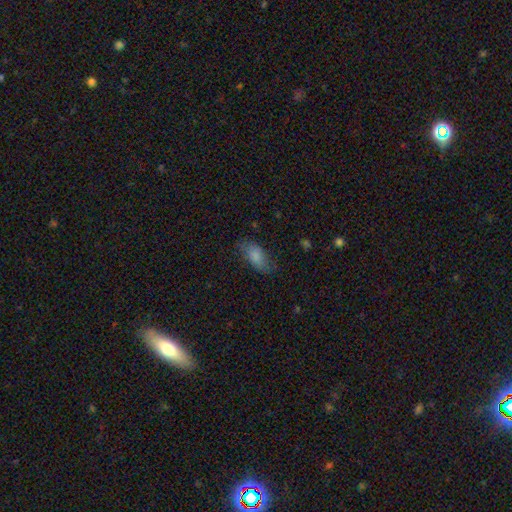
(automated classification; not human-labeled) Q: Smooth or featured?
A: smooth (78%); runner-up: featured or disk (15%)
Q: How rounded?
A: in between (90%); runner-up: cigar-shaped (6%)
Q: Merging?
A: none (68%); runner-up: minor disturbance (23%)